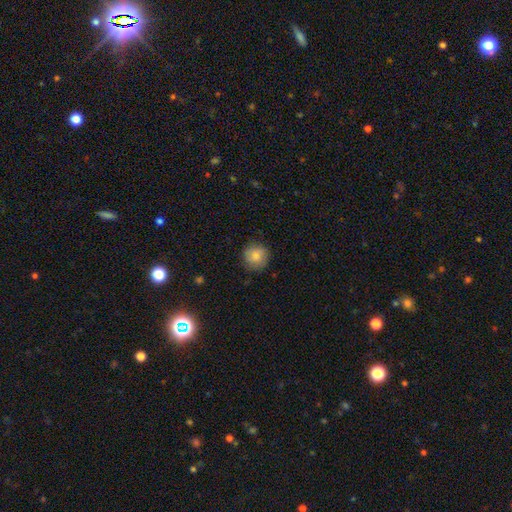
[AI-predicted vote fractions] The model was most divided on "smooth or featured": smooth: 81%, featured or disk: 11%, star or artifact: 8%. More confident: how rounded — round (93%); merging — none (84%).